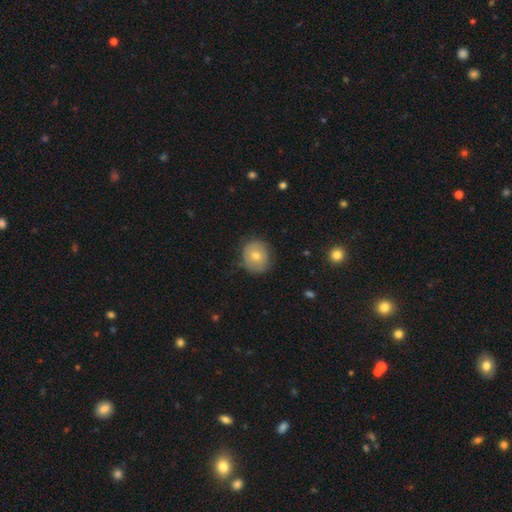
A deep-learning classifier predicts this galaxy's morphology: Smooth or featured?
  - smooth: 62% *
  - featured or disk: 29%
  - star or artifact: 9%
How rounded?
  - round: 76% *
  - in between: 23%
  - cigar-shaped: 1%
Merging?
  - none: 80% *
  - minor disturbance: 15%
  - major disturbance: 4%
  - merger: 1%